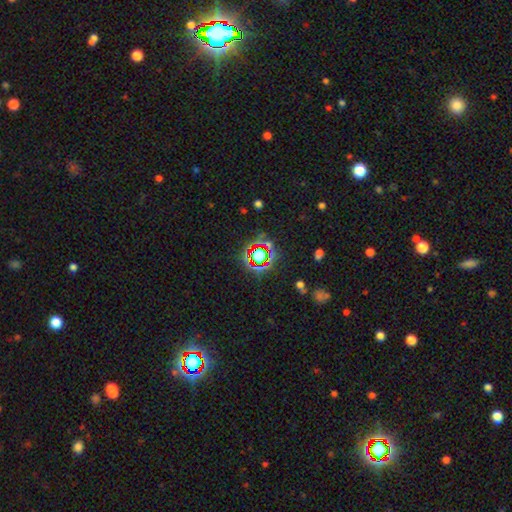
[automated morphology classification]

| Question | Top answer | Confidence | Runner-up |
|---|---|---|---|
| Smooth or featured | star or artifact | 68% | smooth (20%) |